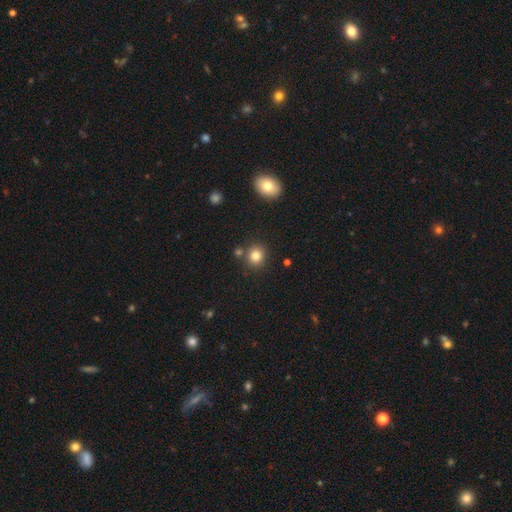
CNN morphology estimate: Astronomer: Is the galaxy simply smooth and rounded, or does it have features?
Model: smooth — 83%.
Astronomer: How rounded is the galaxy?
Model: round — 83%.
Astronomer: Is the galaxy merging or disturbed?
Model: none — 80%.